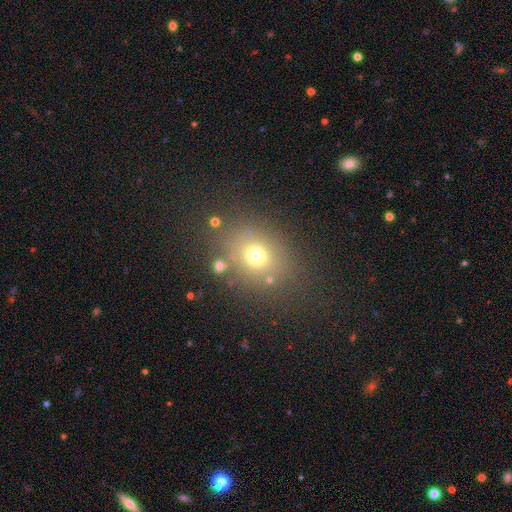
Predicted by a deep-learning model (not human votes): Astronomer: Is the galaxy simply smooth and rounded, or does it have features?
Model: smooth — 68%.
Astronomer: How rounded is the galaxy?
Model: round — 57% (runner-up: in between, 42%).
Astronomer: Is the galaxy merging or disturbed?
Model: none — 76%.